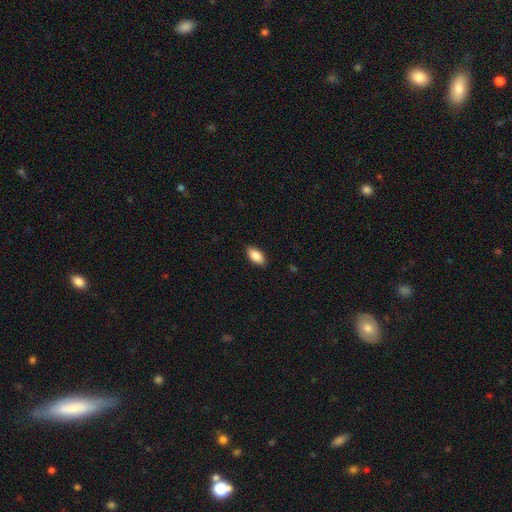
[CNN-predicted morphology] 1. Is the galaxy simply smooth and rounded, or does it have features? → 87% smooth, 6% featured or disk, 6% star or artifact.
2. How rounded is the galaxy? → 90% in between, 7% cigar-shaped, 3% round.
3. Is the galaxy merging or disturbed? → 88% none, 9% minor disturbance, 2% major disturbance, 1% merger.